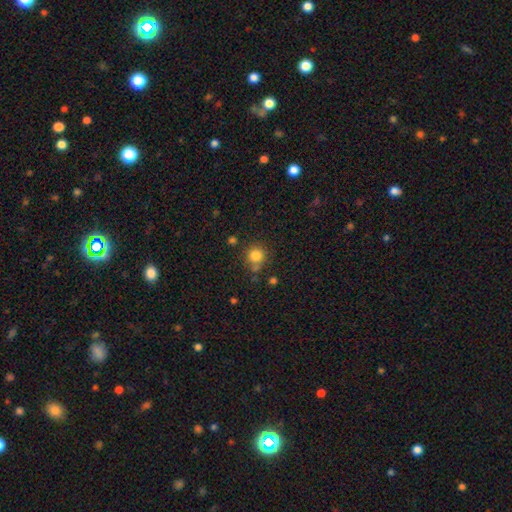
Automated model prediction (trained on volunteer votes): This is clearly a smooth galaxy (81%). How rounded: clearly round (90%). Merging: likely none (72%).